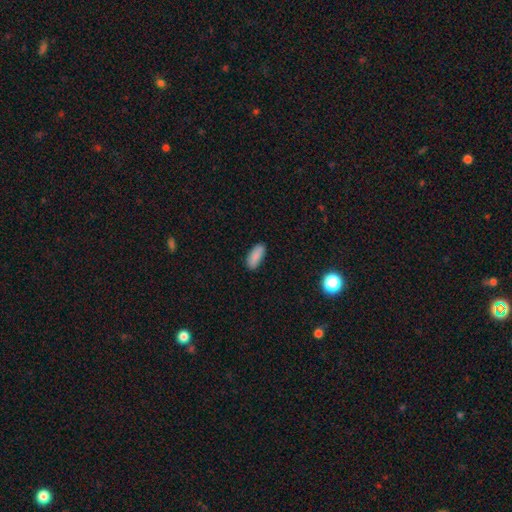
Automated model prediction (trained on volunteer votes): Q: Smooth or featured?
A: smooth (88%); runner-up: star or artifact (7%)
Q: How rounded?
A: in between (80%); runner-up: cigar-shaped (18%)
Q: Merging?
A: none (87%); runner-up: minor disturbance (10%)